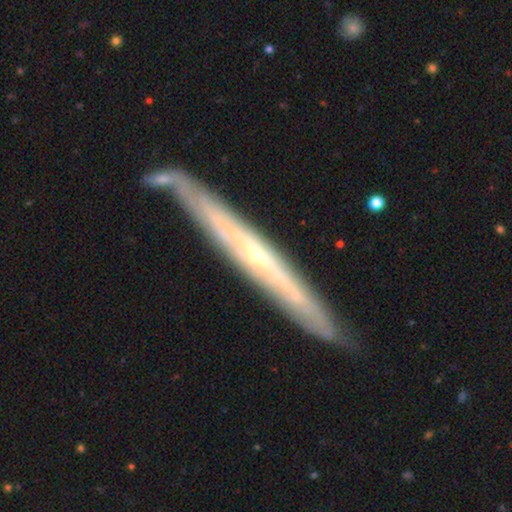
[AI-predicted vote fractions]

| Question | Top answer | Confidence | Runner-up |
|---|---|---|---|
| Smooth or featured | featured or disk | 78% | smooth (16%) |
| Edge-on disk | yes | 86% | no (14%) |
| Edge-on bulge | rounded | 49% | tied: none (49%) |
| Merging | none | 82% | minor disturbance (12%) |